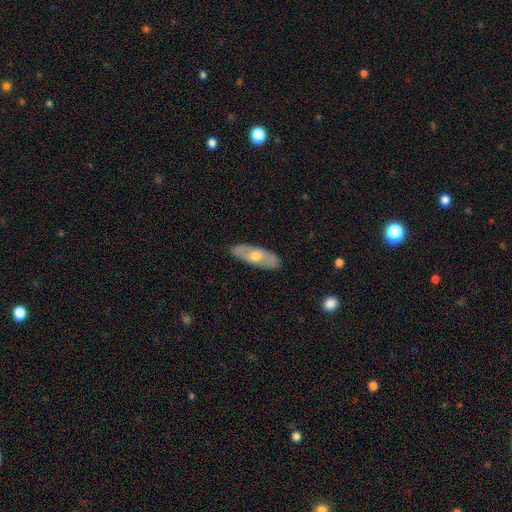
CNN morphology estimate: Smooth or featured?
  - featured or disk: 51% *
  - smooth: 44%
  - star or artifact: 5%
Edge-on disk?
  - no: 72% *
  - yes: 28%
Merging?
  - none: 87% *
  - minor disturbance: 10%
  - major disturbance: 2%
  - merger: 1%